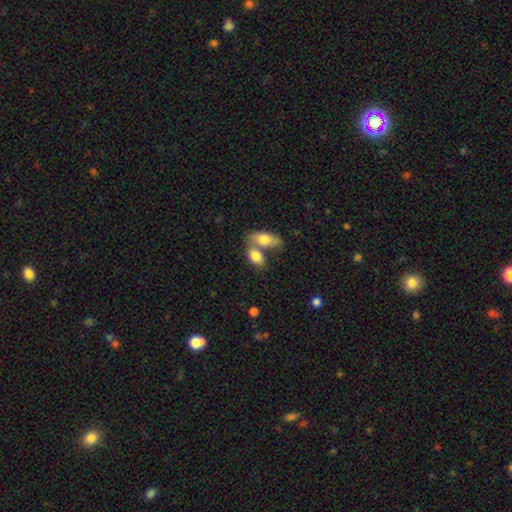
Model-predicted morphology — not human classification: Smooth or featured?
  - smooth: 80% *
  - featured or disk: 13%
  - star or artifact: 7%
How rounded?
  - in between: 88% *
  - round: 8%
  - cigar-shaped: 4%
Merging?
  - merger: 55% *
  - none: 32%
  - minor disturbance: 9%
  - major disturbance: 4%